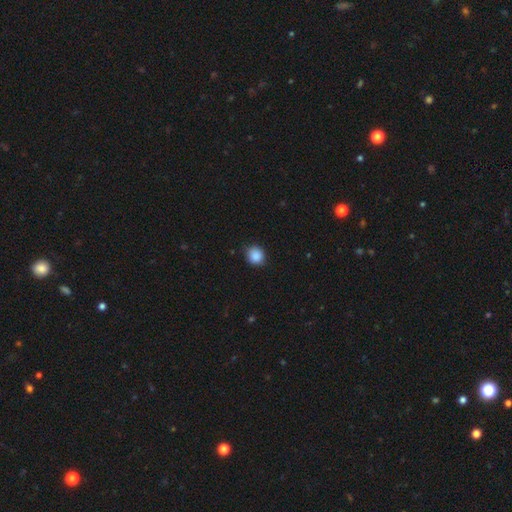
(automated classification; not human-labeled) A smooth galaxy with no disk features (88%) that is round (84%).

Vote fractions:
- Smooth or featured? smooth: 88% / star or artifact: 9% / featured or disk: 3%
- How rounded? round: 84% / in between: 15% / cigar-shaped: 1%
- Merging? none: 84% / minor disturbance: 12% / major disturbance: 2% / merger: 1%